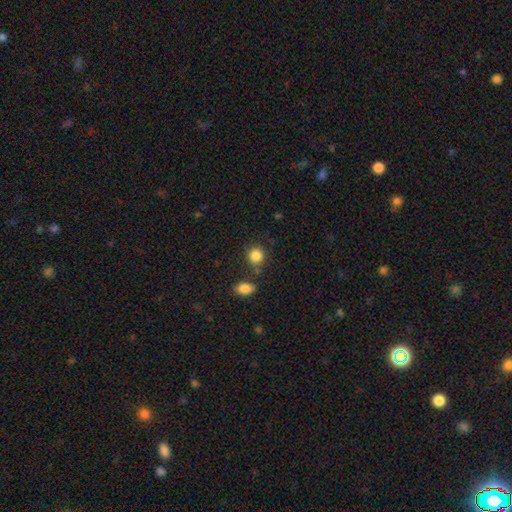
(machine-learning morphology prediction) Smooth or featured? Predicted: smooth (p=0.86). How rounded? Predicted: round (p=0.85). Merging? Predicted: none (p=0.76).